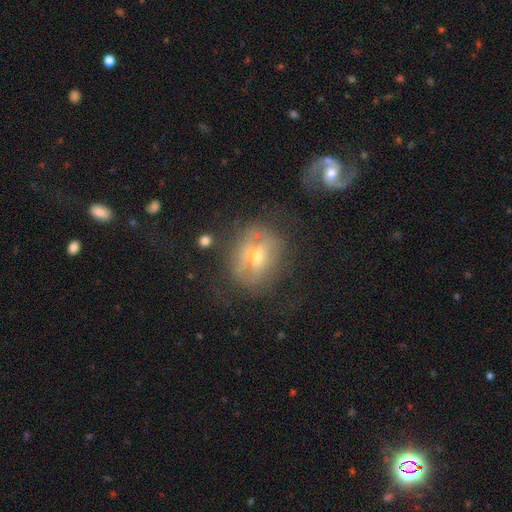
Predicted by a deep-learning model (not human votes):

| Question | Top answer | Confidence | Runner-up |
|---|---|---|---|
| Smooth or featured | featured or disk | 63% | smooth (26%) |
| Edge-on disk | no | 84% | yes (16%) |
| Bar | no | 44% | weak (32%) |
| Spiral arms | no | 53% | yes (47%) |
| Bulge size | small | 52% | moderate (44%) |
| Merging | none | 55% | minor disturbance (21%) |